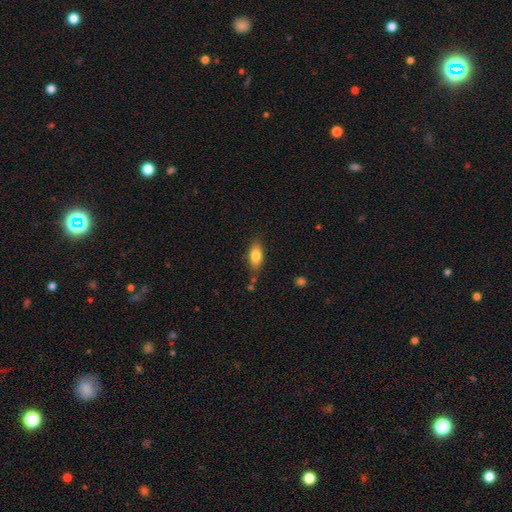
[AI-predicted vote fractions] Smooth or featured? smooth (78%)
How rounded? in between (82%)
Merging? none (71%)